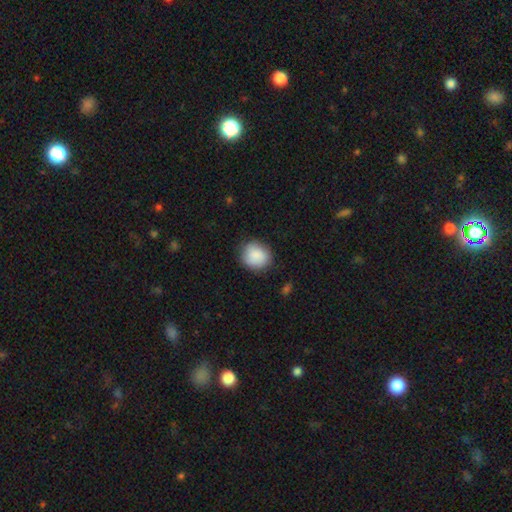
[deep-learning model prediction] Smooth or featured?
  - smooth: 88% *
  - star or artifact: 7%
  - featured or disk: 5%
How rounded?
  - round: 76% *
  - in between: 23%
  - cigar-shaped: 1%
Merging?
  - none: 82% *
  - minor disturbance: 13%
  - major disturbance: 3%
  - merger: 1%